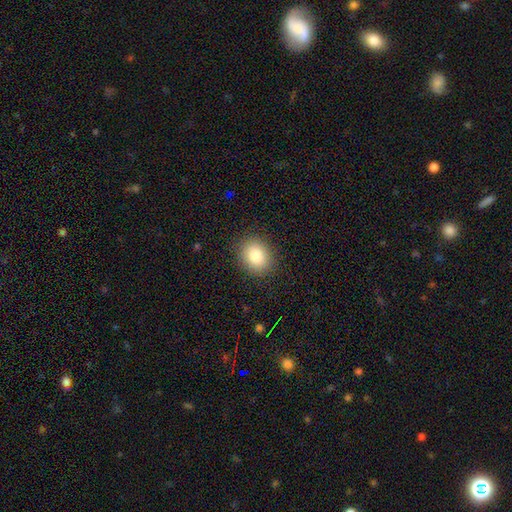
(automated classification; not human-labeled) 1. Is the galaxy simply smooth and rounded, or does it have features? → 84% smooth, 9% star or artifact, 7% featured or disk.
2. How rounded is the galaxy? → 59% round, 40% in between, 1% cigar-shaped.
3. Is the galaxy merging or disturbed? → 88% none, 8% minor disturbance, 3% major disturbance, 1% merger.